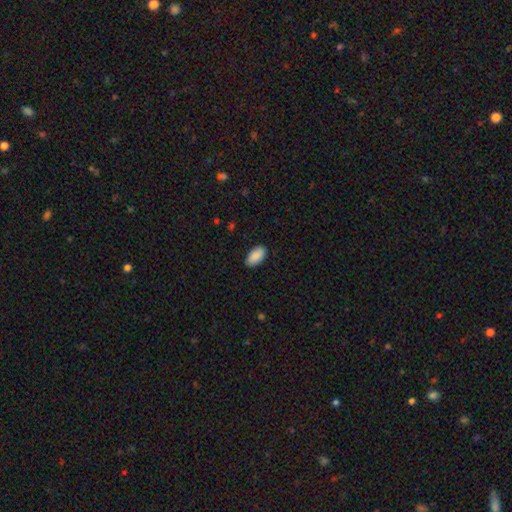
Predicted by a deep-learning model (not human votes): Smooth or featured: smooth — 90% (star or artifact — 6%)
How rounded: in between — 95% (cigar-shaped — 3%)
Merging: none — 88% (minor disturbance — 9%)